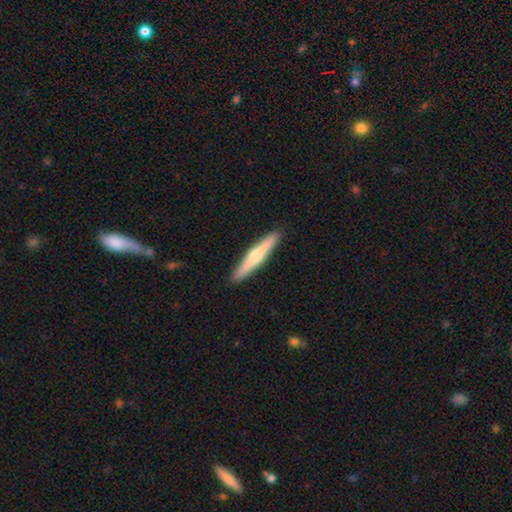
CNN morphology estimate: smooth_or_featured: featured or disk (p=0.53) [alt: smooth p=0.42]
disk_edge_on: yes (p=0.97) [alt: no p=0.03]
edge_on_bulge: rounded (p=0.86) [alt: none p=0.10]
merging: none (p=0.92) [alt: minor disturbance p=0.06]